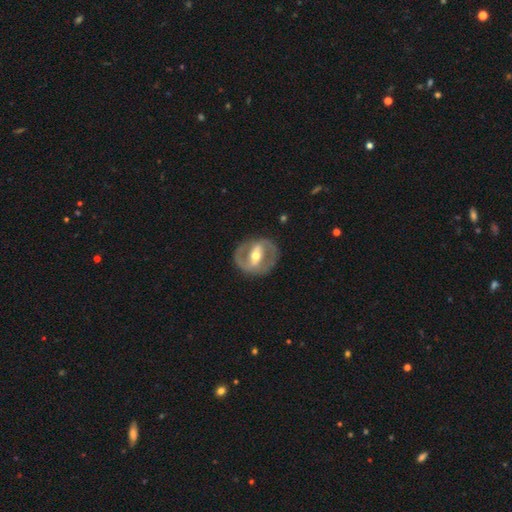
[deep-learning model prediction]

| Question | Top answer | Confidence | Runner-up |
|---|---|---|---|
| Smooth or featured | featured or disk | 80% | smooth (15%) |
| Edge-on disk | no | 94% | yes (6%) |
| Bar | strong | 57% | weak (29%) |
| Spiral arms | yes | 71% | no (29%) |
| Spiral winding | medium | 46% | tight (37%) |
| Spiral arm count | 2 | 84% | can't tell (8%) |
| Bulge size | moderate | 68% | small (25%) |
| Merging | none | 82% | minor disturbance (11%) |